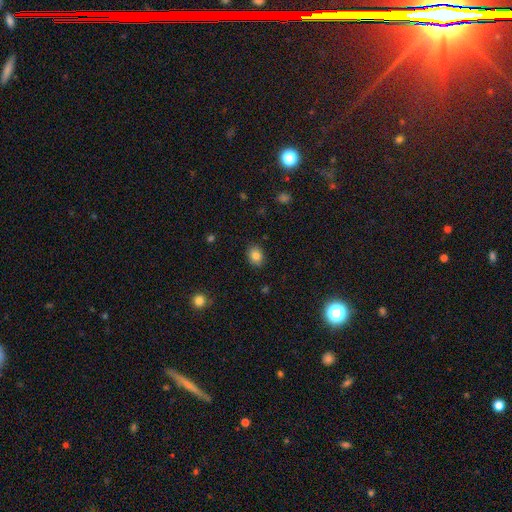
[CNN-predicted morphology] smooth 83%, star or artifact 10%, featured or disk 7%. Down the decision tree: how rounded — in between (56%); merging — none (88%).